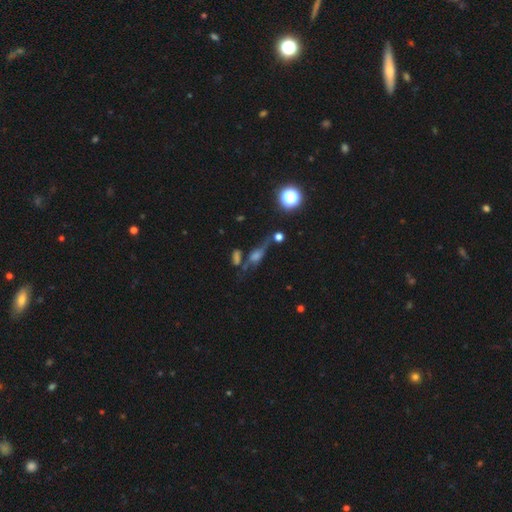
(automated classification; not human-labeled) The model was most divided on "smooth or featured": featured or disk: 44%, star or artifact: 29%, smooth: 28%. More confident: merging — none (52%).